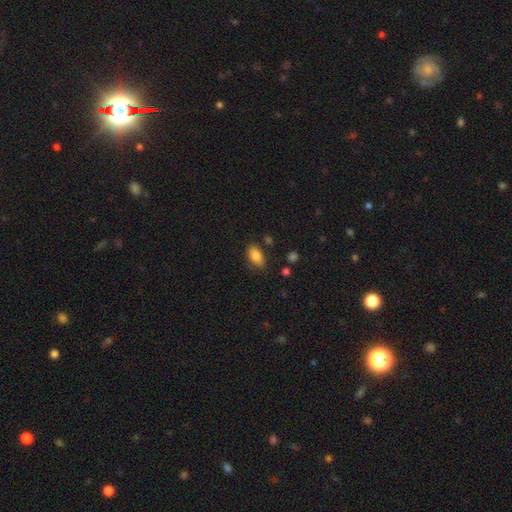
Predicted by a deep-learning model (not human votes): A smooth galaxy with no disk features (86%) that is in between round and cigar-shaped (91%). Merging: none (78%).